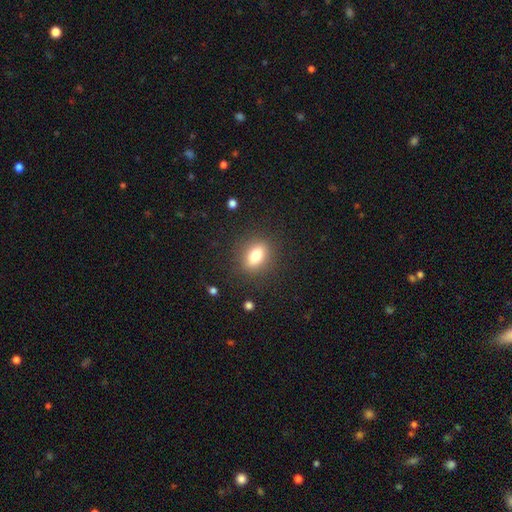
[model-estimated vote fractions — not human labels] Smooth or featured? smooth (79%)
How rounded? in between (75%)
Merging? none (86%)